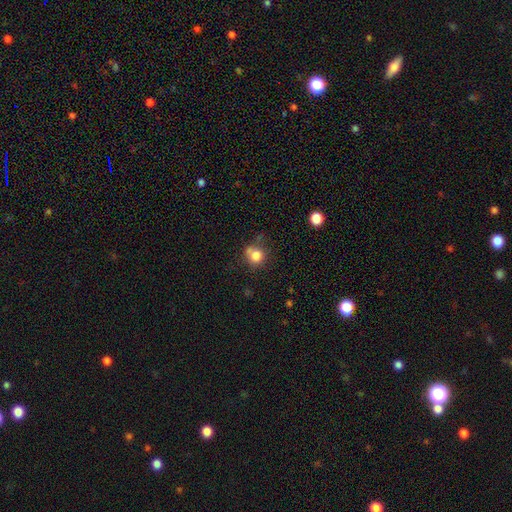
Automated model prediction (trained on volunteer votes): This is clearly a smooth galaxy (80%). How rounded: clearly round (84%). Merging: possibly none (55%).